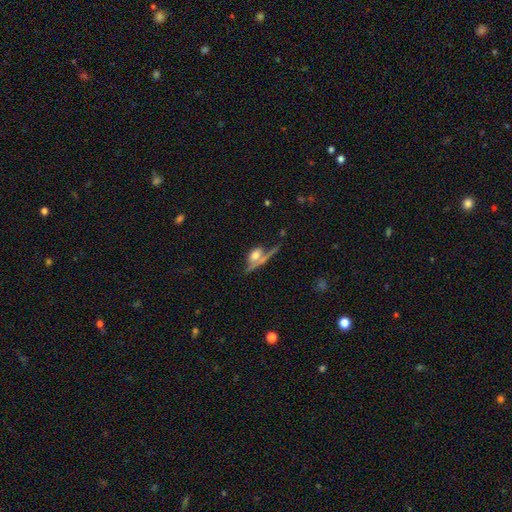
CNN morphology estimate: Smooth or featured?
  - smooth: 56% *
  - featured or disk: 33%
  - star or artifact: 11%
How rounded?
  - in between: 55% *
  - cigar-shaped: 26%
  - round: 19%
Merging?
  - none: 39% *
  - merger: 33%
  - minor disturbance: 15%
  - major disturbance: 13%